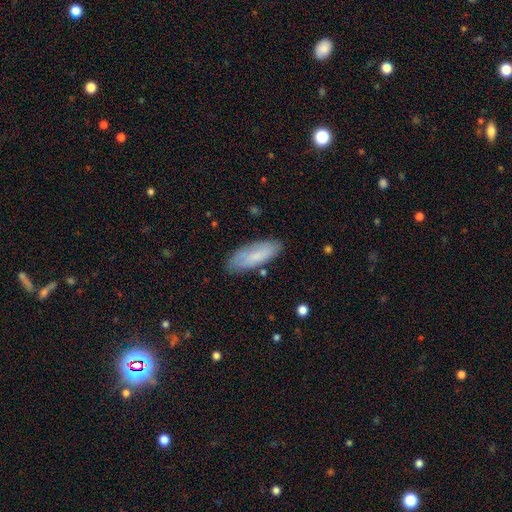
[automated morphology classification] smooth 76%, featured or disk 18%, star or artifact 7%. Down the decision tree: how rounded — in between (67%); merging — none (80%).